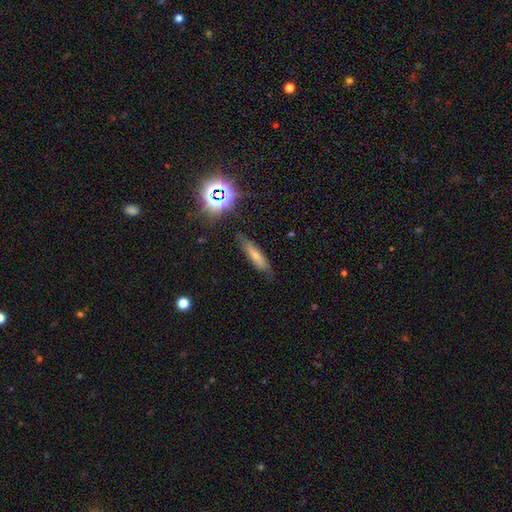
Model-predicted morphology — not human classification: The model was most divided on "smooth or featured": smooth: 64%, featured or disk: 23%, star or artifact: 13%. More confident: merging — none (74%); how rounded — cigar-shaped (72%).